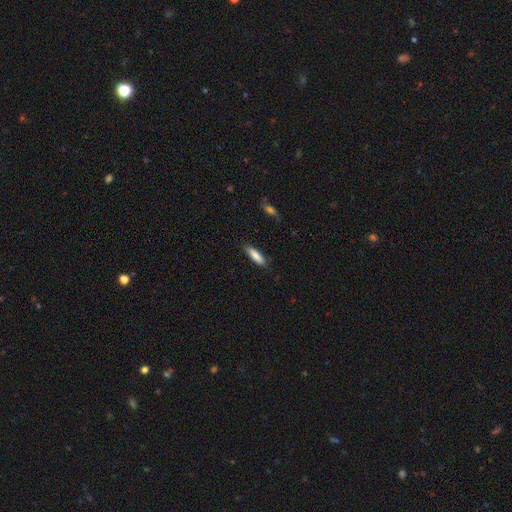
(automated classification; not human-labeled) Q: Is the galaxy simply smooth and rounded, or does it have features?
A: smooth — 84%.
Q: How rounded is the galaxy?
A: cigar-shaped — 67%.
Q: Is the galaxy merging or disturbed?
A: none — 86%.